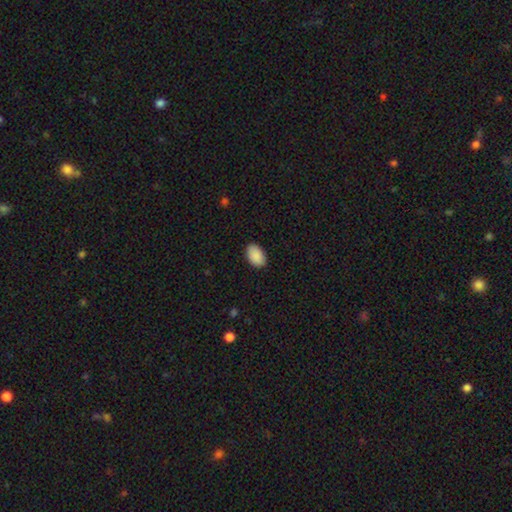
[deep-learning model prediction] A smooth galaxy with no disk features (91%) that is in between round and cigar-shaped (92%).

Vote fractions:
- Smooth or featured? smooth: 91% / star or artifact: 6% / featured or disk: 3%
- How rounded? in between: 92% / round: 7% / cigar-shaped: 1%
- Merging? none: 88% / minor disturbance: 9% / major disturbance: 2% / merger: 1%